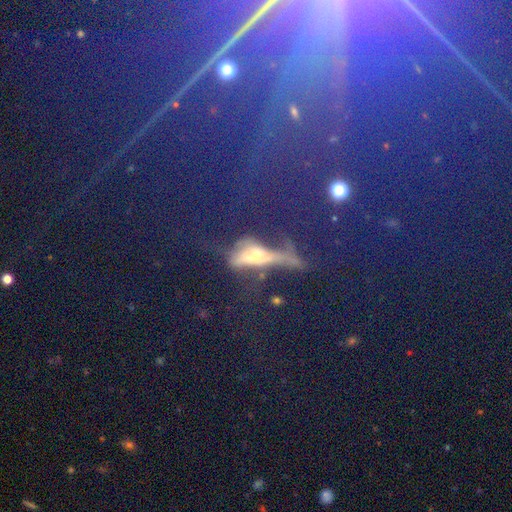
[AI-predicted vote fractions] Q: Smooth or featured?
A: star or artifact (38%); runner-up: featured or disk (34%)